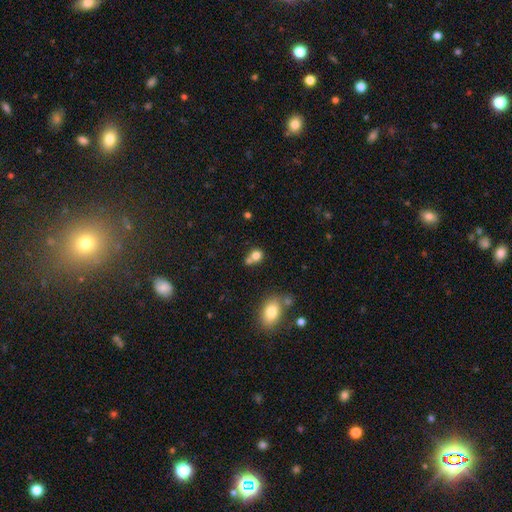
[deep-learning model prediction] Smooth or featured? smooth (78%)
How rounded? round (67%)
Merging? merger (43%)